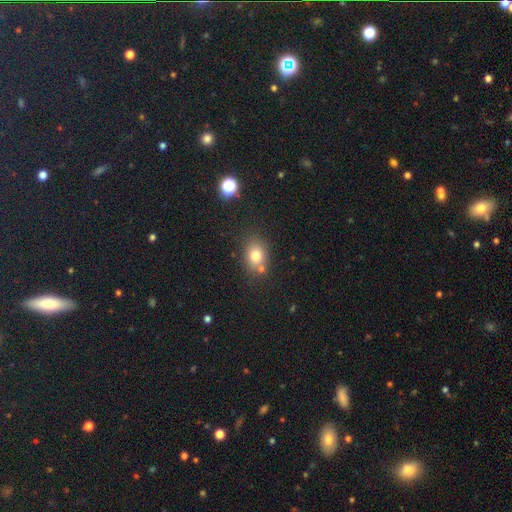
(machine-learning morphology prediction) A smooth galaxy with no disk features (77%) that is in between round and cigar-shaped (54%).

Vote fractions:
- Smooth or featured? smooth: 77% / star or artifact: 13% / featured or disk: 10%
- How rounded? in between: 54% / round: 44% / cigar-shaped: 1%
- Merging? none: 67% / merger: 15% / minor disturbance: 13% / major disturbance: 4%